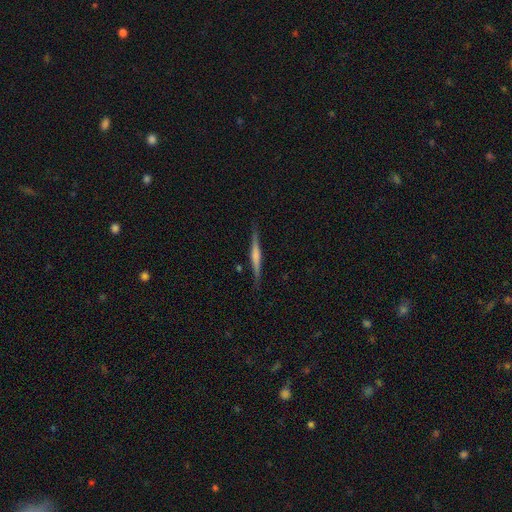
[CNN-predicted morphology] featured or disk 61%, smooth 33%, star or artifact 6%. Down the decision tree: edge-on disk — yes (98%); edge-on bulge — rounded (44%); merging — none (88%).